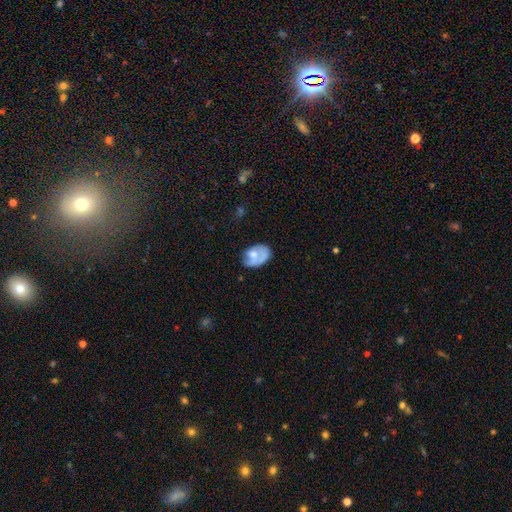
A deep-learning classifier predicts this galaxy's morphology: A smooth galaxy with no disk features (53%) that is in between round and cigar-shaped (79%). Merging: none (37%).